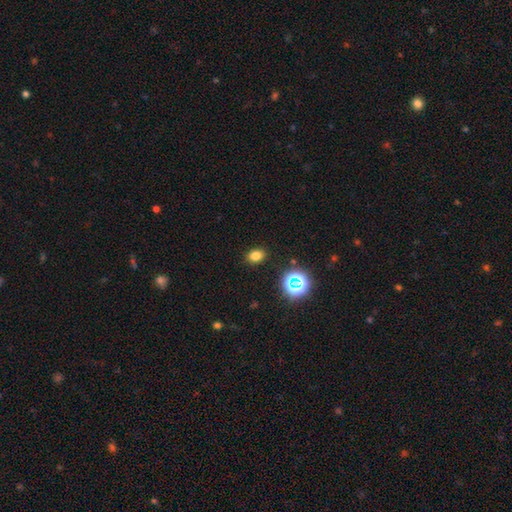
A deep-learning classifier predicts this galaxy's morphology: Smooth or featured: smooth — 76% (star or artifact — 18%)
How rounded: in between — 66% (round — 33%)
Merging: none — 88% (minor disturbance — 8%)